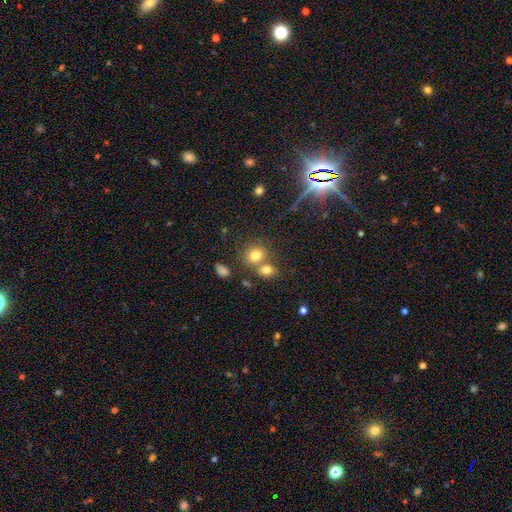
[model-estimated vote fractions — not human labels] smooth-or-featured: smooth: 75% | star or artifact: 14% | featured or disk: 11%
  how-rounded: round: 69% | in between: 29% | cigar-shaped: 1%
  merging: none: 50% | merger: 36% | minor disturbance: 9% | major disturbance: 4%